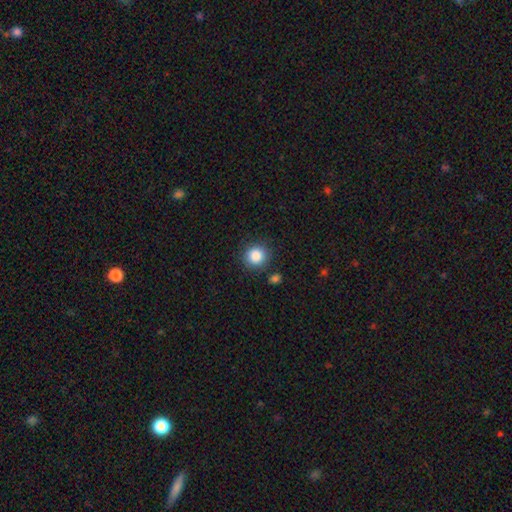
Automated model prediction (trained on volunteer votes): Smooth or featured?
  - smooth: 87% *
  - star or artifact: 9%
  - featured or disk: 4%
How rounded?
  - round: 88% *
  - in between: 11%
  - cigar-shaped: 1%
Merging?
  - none: 84% *
  - minor disturbance: 9%
  - merger: 3%
  - major disturbance: 3%